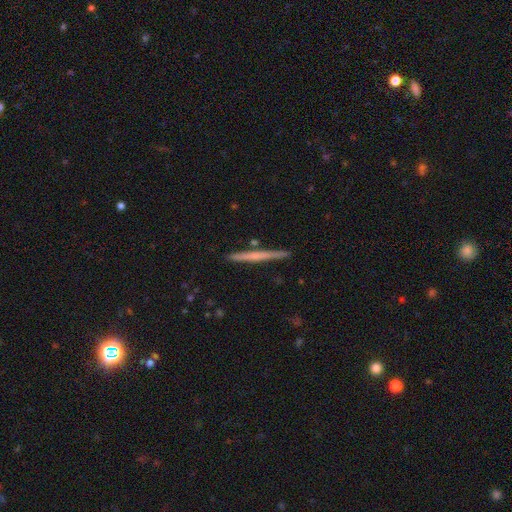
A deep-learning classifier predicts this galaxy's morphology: Q: Smooth or featured?
A: featured or disk (50%); runner-up: smooth (45%)
Q: Merging?
A: none (90%); runner-up: minor disturbance (7%)